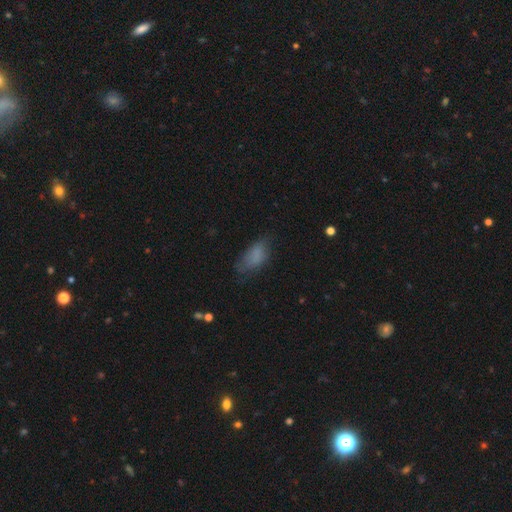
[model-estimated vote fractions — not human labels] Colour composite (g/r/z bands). It shows a smooth galaxy with no disk features (75%) that is in between round and cigar-shaped (87%). Merging: none (55%).